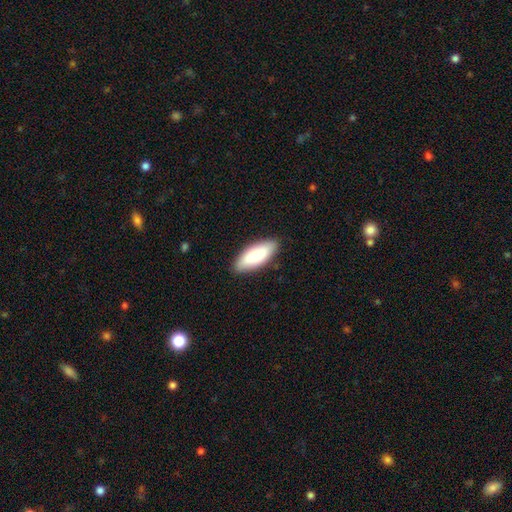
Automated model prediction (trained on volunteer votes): Smooth or featured: smooth — 80% (featured or disk — 15%)
How rounded: in between — 77% (cigar-shaped — 21%)
Merging: none — 87% (minor disturbance — 10%)